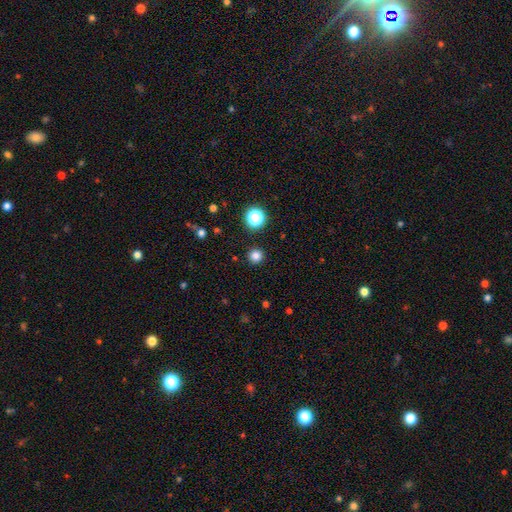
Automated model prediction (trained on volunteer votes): A smooth galaxy with no disk features (82%) that is round (95%). Merging: none (92%).